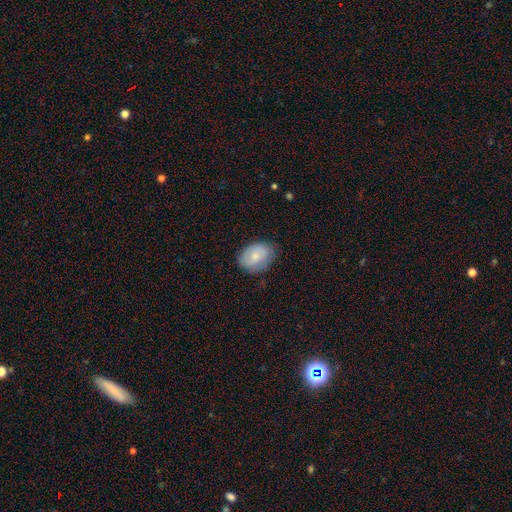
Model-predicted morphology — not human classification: Smooth or featured?
  - smooth: 67% *
  - featured or disk: 27%
  - star or artifact: 7%
How rounded?
  - in between: 72% *
  - round: 27%
  - cigar-shaped: 1%
Merging?
  - none: 74% *
  - minor disturbance: 21%
  - major disturbance: 5%
  - merger: 1%